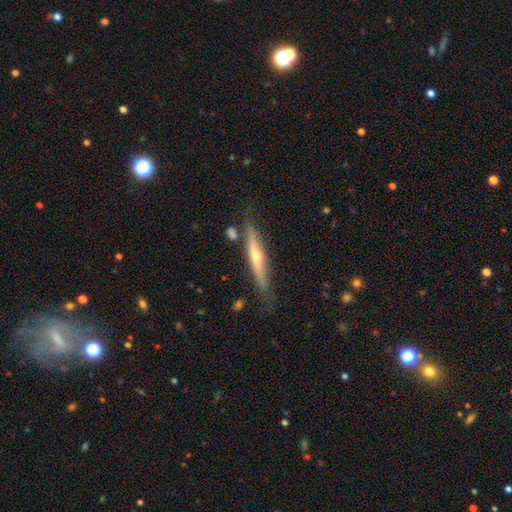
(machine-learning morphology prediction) Smooth or featured? featured or disk (65%)
Edge-on disk? yes (93%)
Edge-on bulge? rounded (80%)
Merging? none (76%)